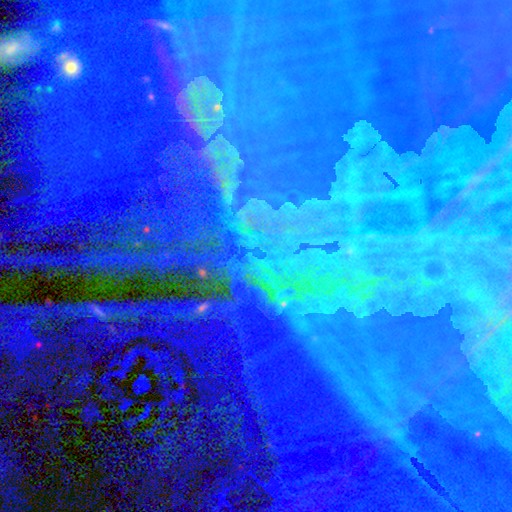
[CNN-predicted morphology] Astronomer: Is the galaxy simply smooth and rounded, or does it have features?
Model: star or artifact — 81%.